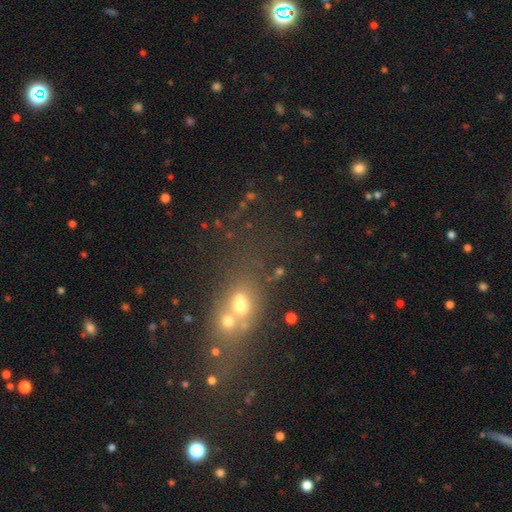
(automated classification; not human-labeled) Smooth or featured? smooth (40%)
Merging? merger (48%)